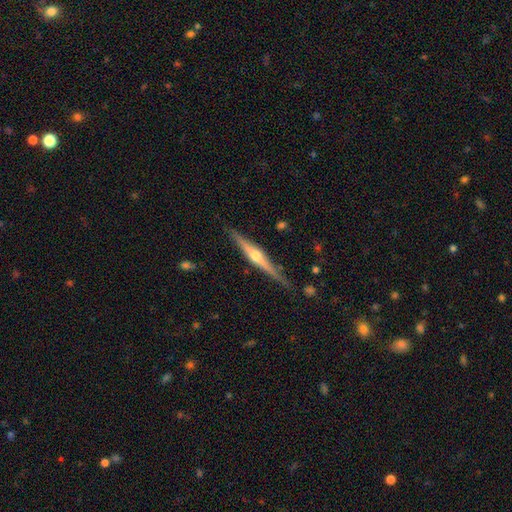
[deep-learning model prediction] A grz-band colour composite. It shows a featured or disk galaxy (78%) viewed edge-on (98%) with a rounded central bulge (92%). Merging: none (86%).